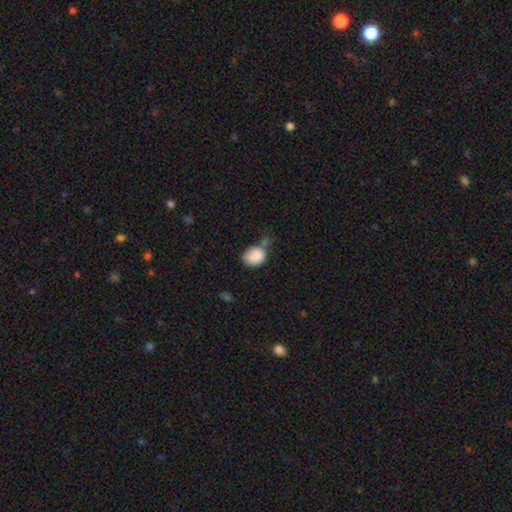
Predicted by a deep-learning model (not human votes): The model was most divided on "how rounded": round: 51%, in between: 49%, cigar-shaped: 1%. Remaining: smooth or featured — smooth (87%); merging — none (43%).